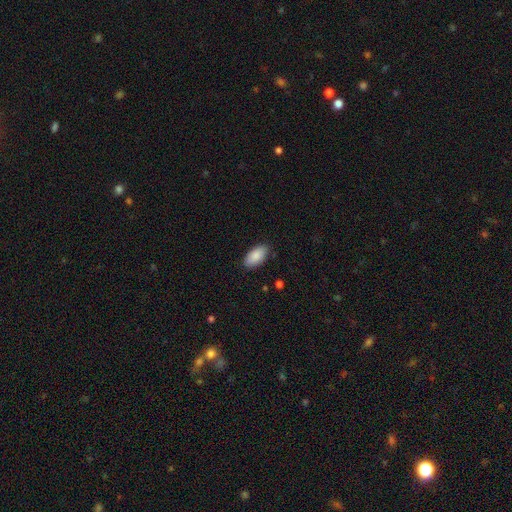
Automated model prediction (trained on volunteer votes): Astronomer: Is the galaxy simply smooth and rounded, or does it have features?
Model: smooth — 87%.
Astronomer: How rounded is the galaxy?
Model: in between — 94%.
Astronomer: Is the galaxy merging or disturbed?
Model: none — 86%.